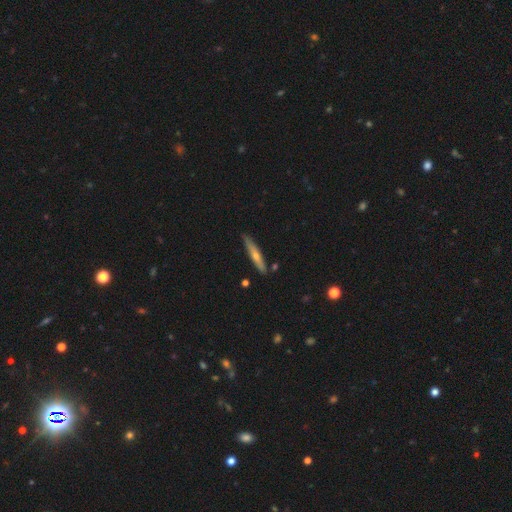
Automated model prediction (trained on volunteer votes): This is possibly a featured or disk galaxy (52%). It is clearly viewed edge-on (92%). Merging: clearly none (85%).